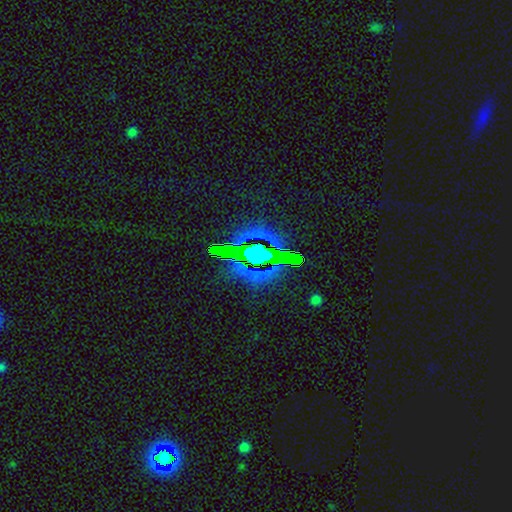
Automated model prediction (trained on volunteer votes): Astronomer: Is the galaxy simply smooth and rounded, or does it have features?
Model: star or artifact — 81%.